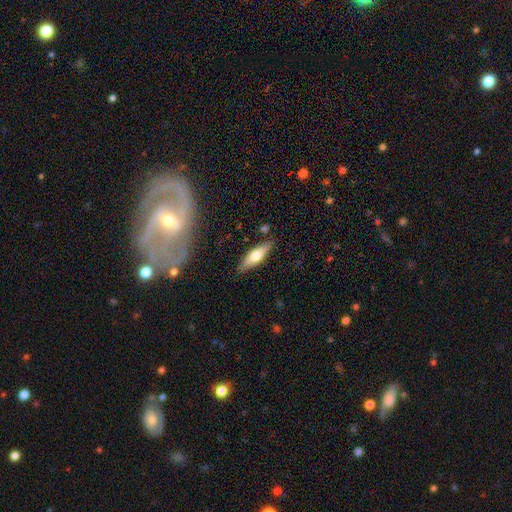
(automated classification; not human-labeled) smooth_or_featured: smooth (p=0.59) [alt: featured or disk p=0.34]
how_rounded: cigar-shaped (p=0.55) [alt: in between p=0.43]
merging: none (p=0.84) [alt: minor disturbance p=0.11]